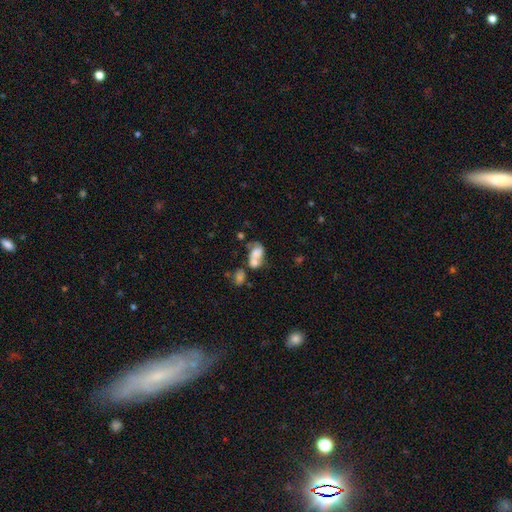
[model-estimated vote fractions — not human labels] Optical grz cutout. It shows a smooth galaxy with no disk features (55%) that is in between round and cigar-shaped (75%). Merging: merger (65%).